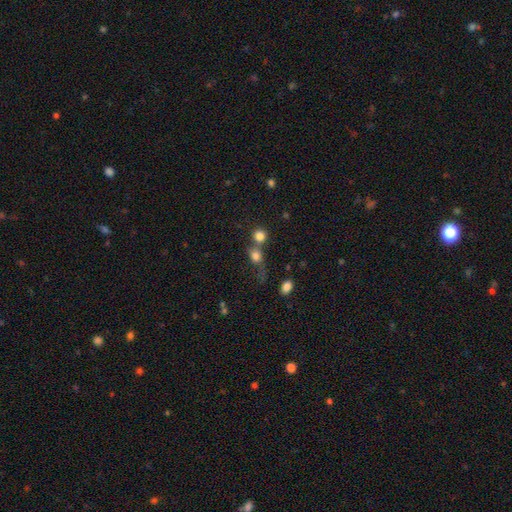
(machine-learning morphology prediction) Smooth or featured? Predicted: smooth (p=0.78). How rounded? Predicted: round (p=0.73). Merging? Predicted: merger (p=0.45).